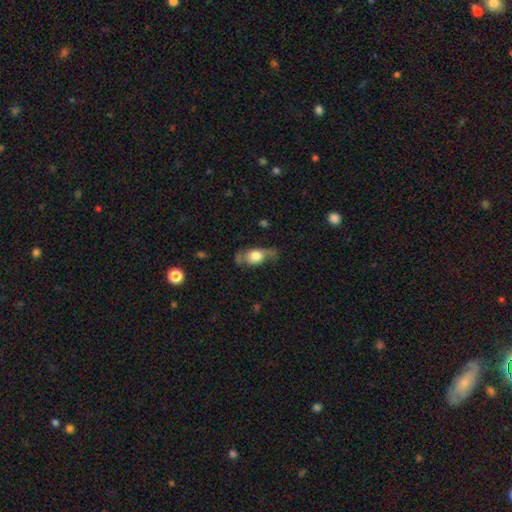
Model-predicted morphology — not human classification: Smooth or featured? smooth (60%)
How rounded? in between (70%)
Merging? none (50%)